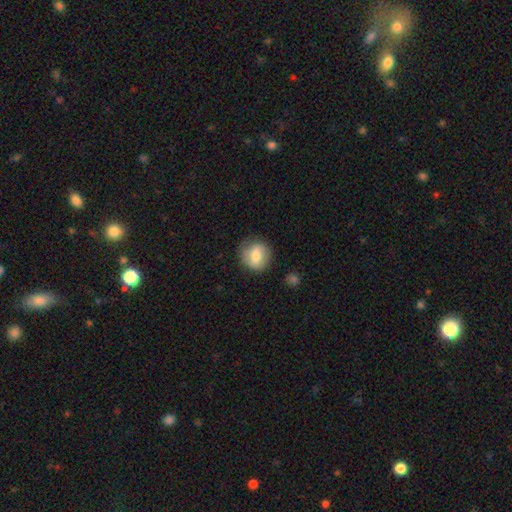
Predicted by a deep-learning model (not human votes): Smooth or featured? smooth (72%)
How rounded? round (80%)
Merging? none (79%)